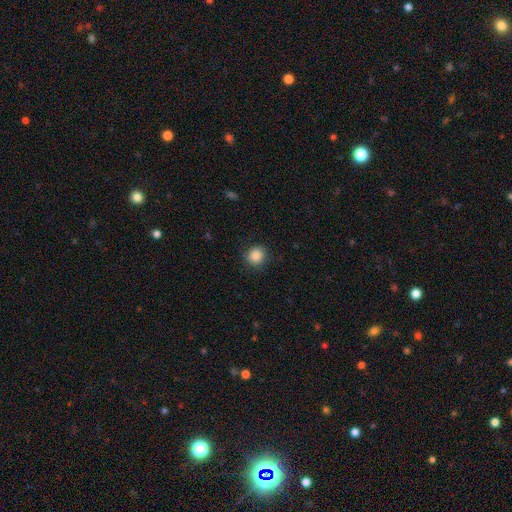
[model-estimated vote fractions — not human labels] Smooth or featured: smooth — 87% (star or artifact — 10%)
How rounded: round — 87% (in between — 12%)
Merging: none — 88% (minor disturbance — 9%)